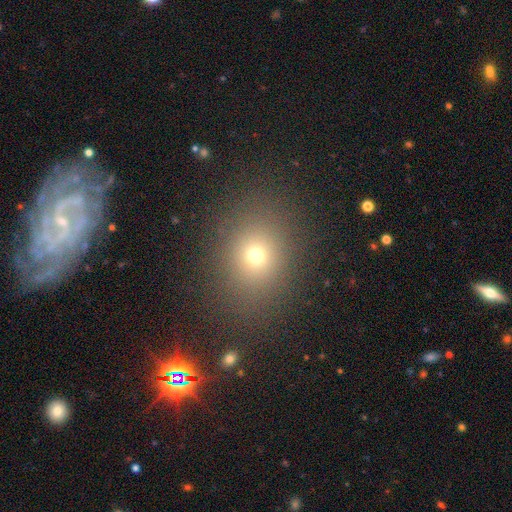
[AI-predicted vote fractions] Smooth or featured?
  - smooth: 70% *
  - star or artifact: 20%
  - featured or disk: 10%
How rounded?
  - round: 60% *
  - in between: 39%
  - cigar-shaped: 1%
Merging?
  - none: 84% *
  - minor disturbance: 9%
  - major disturbance: 5%
  - merger: 2%